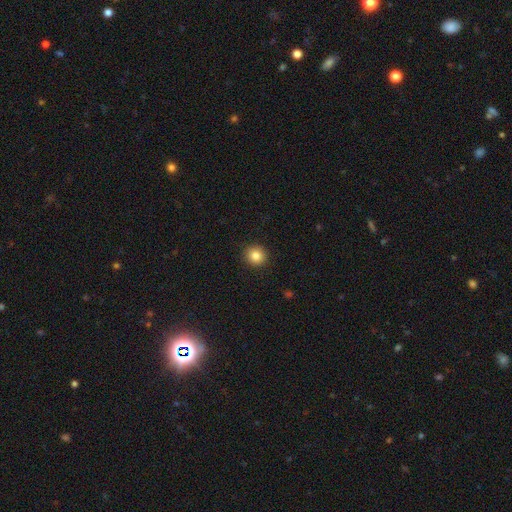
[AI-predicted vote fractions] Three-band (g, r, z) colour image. It shows a smooth galaxy with no disk features (85%) that is round (90%). Merging: none (92%).